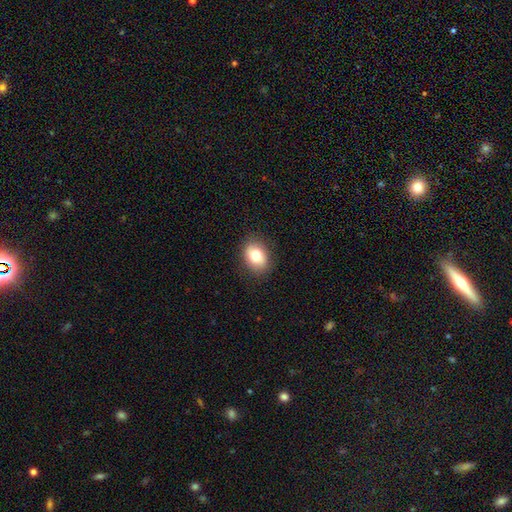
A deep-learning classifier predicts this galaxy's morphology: Smooth or featured? Predicted: smooth (p=0.79). How rounded? Predicted: in between (p=0.67). Merging? Predicted: none (p=0.86).